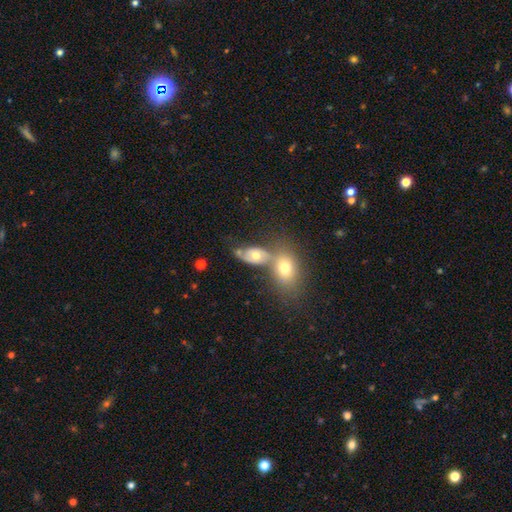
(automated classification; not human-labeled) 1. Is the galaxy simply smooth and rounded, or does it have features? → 52% smooth, 38% featured or disk, 10% star or artifact.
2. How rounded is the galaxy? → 79% in between, 18% round, 3% cigar-shaped.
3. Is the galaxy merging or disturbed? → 47% merger, 33% none, 12% minor disturbance, 8% major disturbance.